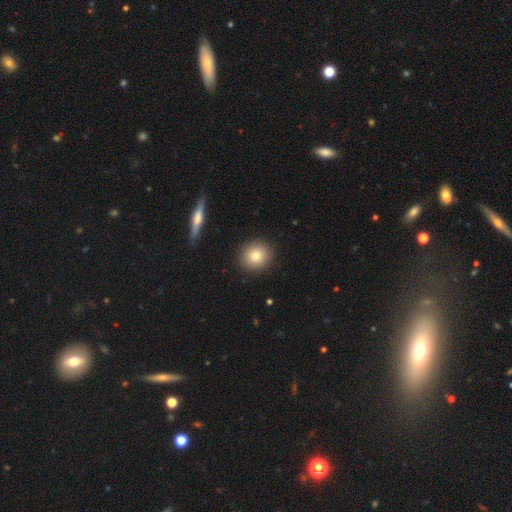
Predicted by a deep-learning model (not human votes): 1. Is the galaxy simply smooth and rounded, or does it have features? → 81% smooth, 10% featured or disk, 9% star or artifact.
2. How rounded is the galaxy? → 88% round, 11% in between, 1% cigar-shaped.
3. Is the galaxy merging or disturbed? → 91% none, 6% minor disturbance, 2% major disturbance, 1% merger.